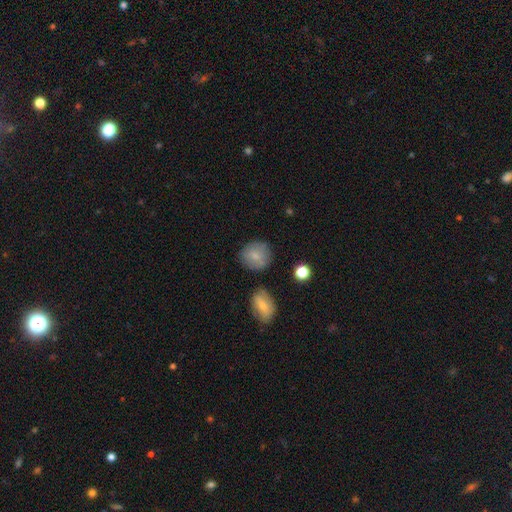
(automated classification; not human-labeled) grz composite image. It shows a smooth galaxy with no disk features (81%) that is round (85%). Merging: none (79%).